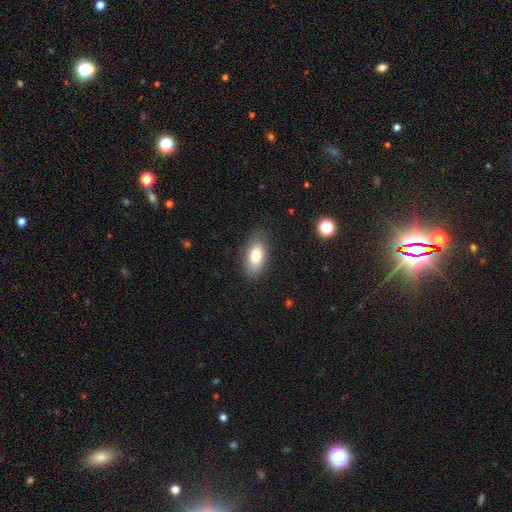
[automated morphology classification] smooth-or-featured: smooth: 82% | featured or disk: 10% | star or artifact: 7%
  how-rounded: in between: 91% | cigar-shaped: 6% | round: 3%
  merging: none: 81% | minor disturbance: 14% | major disturbance: 4% | merger: 1%